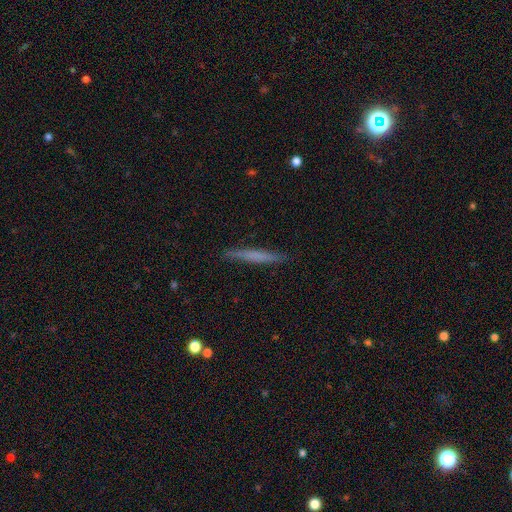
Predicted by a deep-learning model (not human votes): Smooth or featured: smooth — 58% (featured or disk — 36%)
How rounded: cigar-shaped — 96% (in between — 3%)
Merging: none — 90% (minor disturbance — 7%)